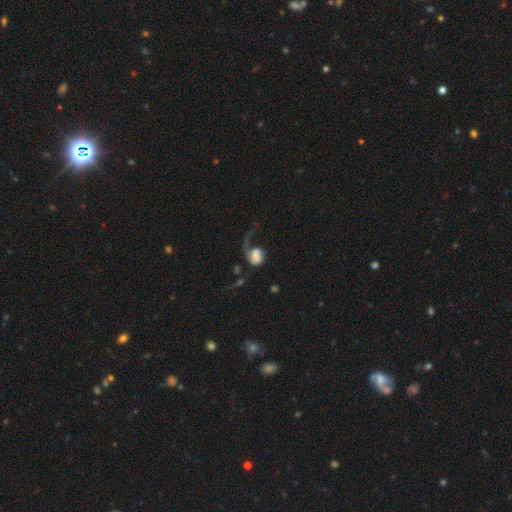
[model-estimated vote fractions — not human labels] Q: Smooth or featured?
A: smooth (47%); runner-up: featured or disk (44%)
Q: Merging?
A: major disturbance (55%); runner-up: none (23%)